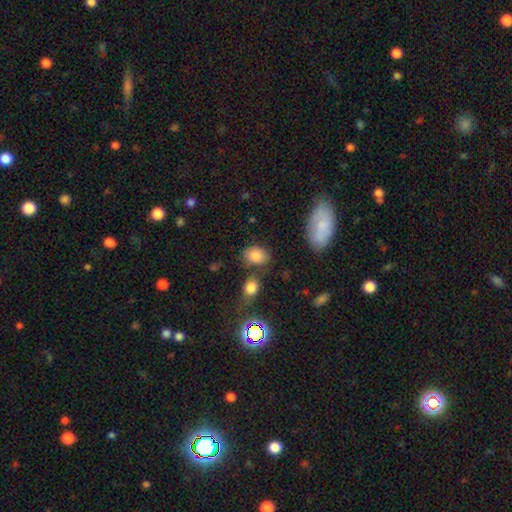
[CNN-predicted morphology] smooth_or_featured: smooth (p=0.81) [alt: star or artifact p=0.11]
how_rounded: in between (p=0.66) [alt: round p=0.33]
merging: none (p=0.67) [alt: minor disturbance p=0.17]